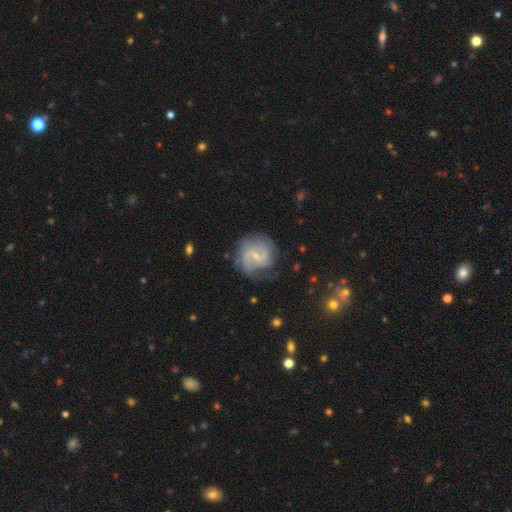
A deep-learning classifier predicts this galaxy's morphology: This appears to be a featured or disk galaxy (83%) with a weak bar (58%), 2 (67%) medium (50%) spiral arms (95%) and a small central bulge (72%). Merging: none (70%).